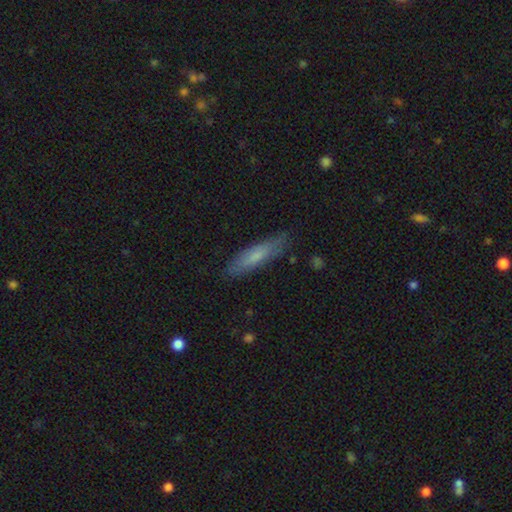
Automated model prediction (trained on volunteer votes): Smooth or featured? Predicted: smooth (p=0.68). How rounded? Predicted: cigar-shaped (p=0.78). Merging? Predicted: none (p=0.82).